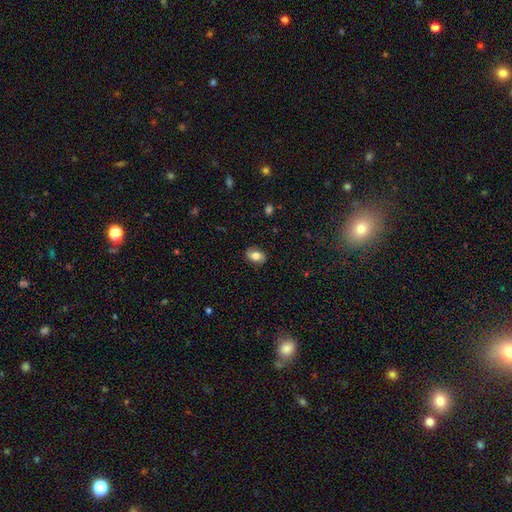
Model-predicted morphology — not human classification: type=smooth (68%); roundness=in between (83%); merging=none (83%).